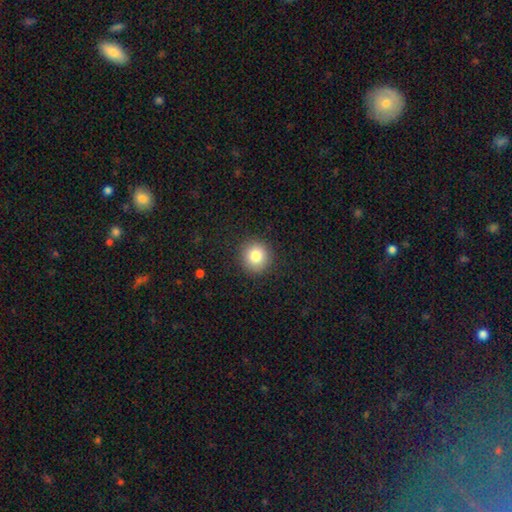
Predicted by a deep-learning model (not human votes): This is clearly a smooth galaxy (83%). How rounded: clearly round (92%). Merging: clearly none (90%).